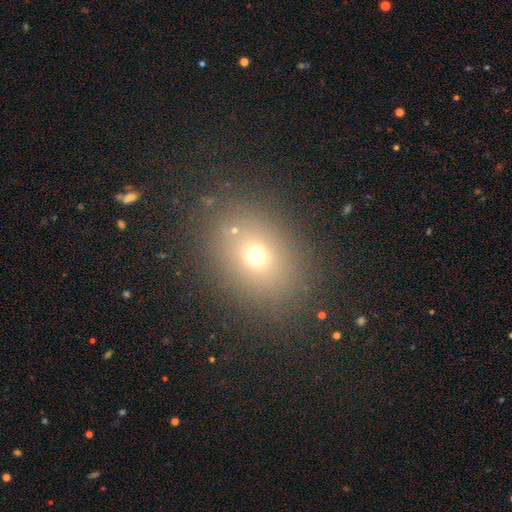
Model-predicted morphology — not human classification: A smooth galaxy with no disk features (66%) that is in between round and cigar-shaped (56%).

Vote fractions:
- Smooth or featured? smooth: 66% / star or artifact: 22% / featured or disk: 12%
- How rounded? in between: 56% / round: 43% / cigar-shaped: 1%
- Merging? none: 84% / minor disturbance: 9% / major disturbance: 4% / merger: 3%